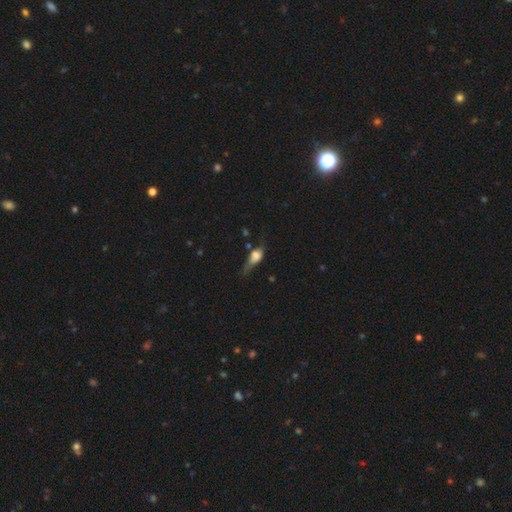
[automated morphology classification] type=smooth (58%); roundness=in between (65%); merging=minor disturbance (33%).